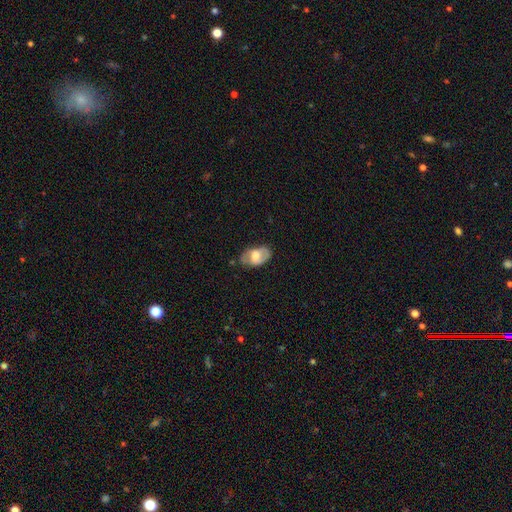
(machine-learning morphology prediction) This appears to be a smooth galaxy with no disk features (48%). Merging: none (68%).